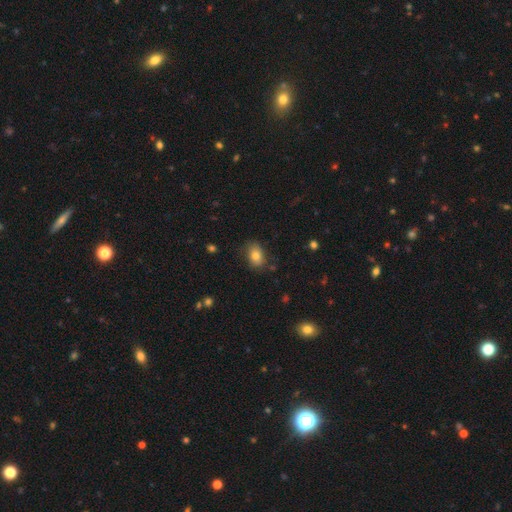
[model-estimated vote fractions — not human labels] smooth 80%, featured or disk 10%, star or artifact 10%. Down the decision tree: how rounded — in between (78%); merging — none (79%).